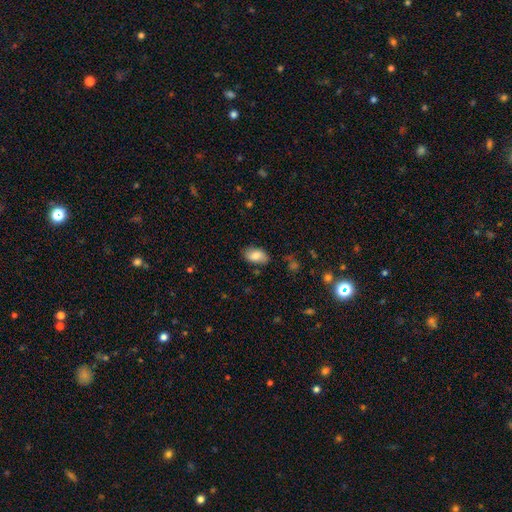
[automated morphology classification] type=smooth (81%); roundness=in between (93%); merging=none (79%).